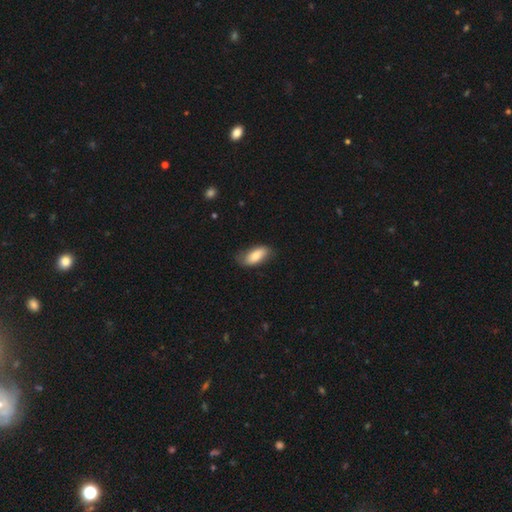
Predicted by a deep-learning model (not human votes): Smooth or featured? smooth (76%)
How rounded? in between (86%)
Merging? none (71%)